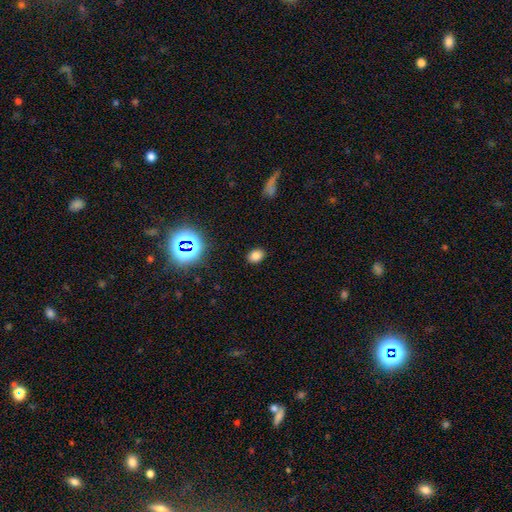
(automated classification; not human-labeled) Smooth or featured: smooth — 78% (star or artifact — 16%)
How rounded: in between — 68% (round — 31%)
Merging: none — 88% (minor disturbance — 9%)